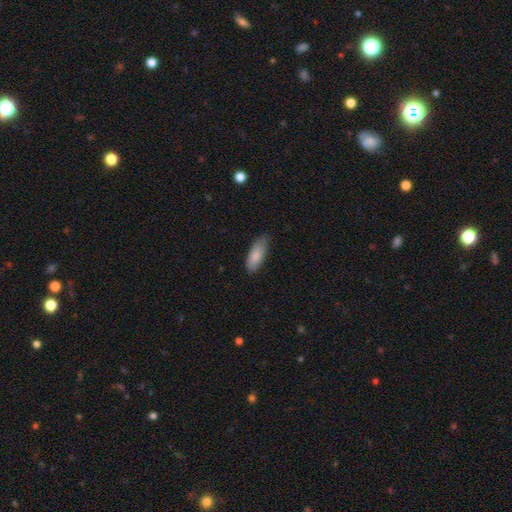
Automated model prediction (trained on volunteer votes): This appears to be a smooth galaxy with no disk features (85%) that is in between round and cigar-shaped (76%). Merging: none (68%).